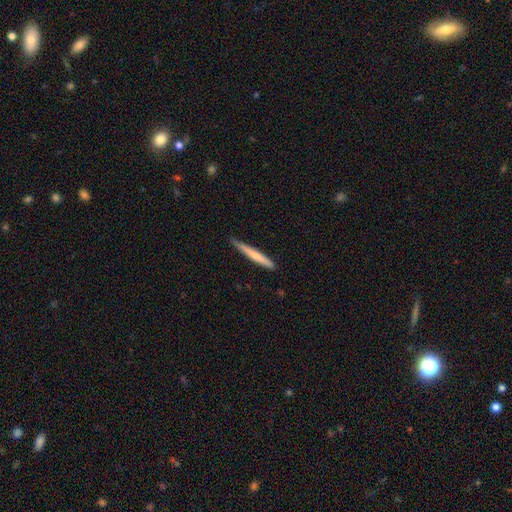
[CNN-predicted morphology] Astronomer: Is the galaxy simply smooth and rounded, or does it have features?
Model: smooth — 62%.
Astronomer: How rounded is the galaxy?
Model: cigar-shaped — 96%.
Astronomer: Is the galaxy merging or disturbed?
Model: none — 82%.